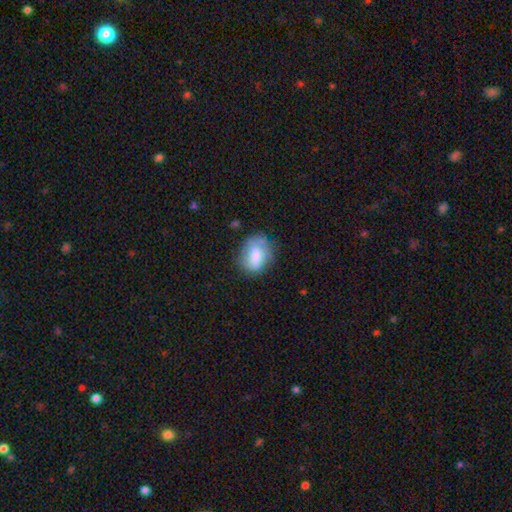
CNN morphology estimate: This appears to be a smooth galaxy with no disk features (73%) that is in between round and cigar-shaped (69%). Merging: none (55%).